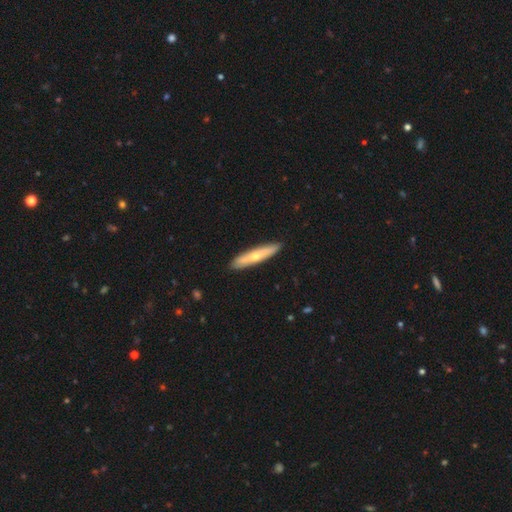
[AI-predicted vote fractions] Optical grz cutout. It shows a smooth galaxy with no disk features (53%) that is cigar-shaped (88%). Merging: none (90%).